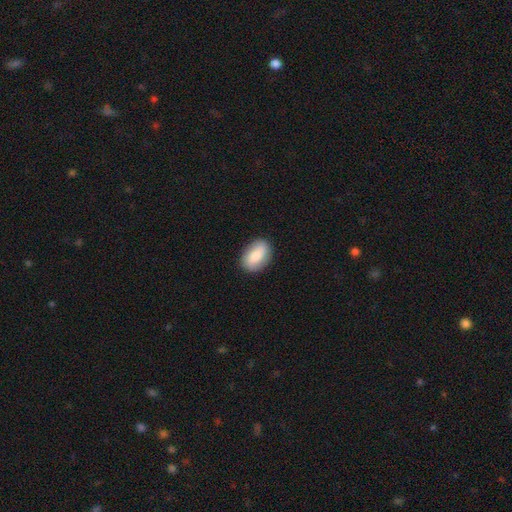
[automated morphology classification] Smooth or featured? smooth (76%)
How rounded? in between (87%)
Merging? none (87%)